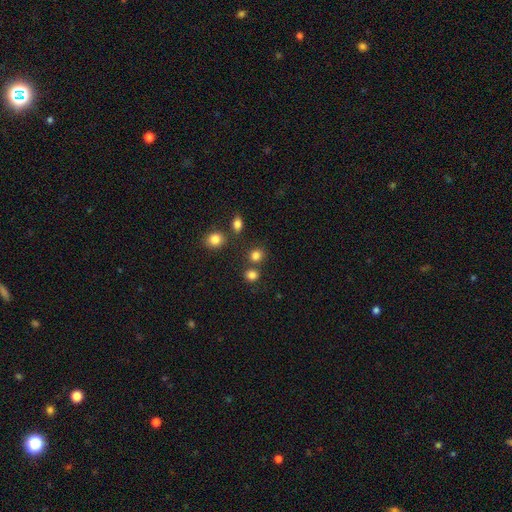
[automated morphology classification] A smooth galaxy with no disk features (81%) that is round (81%). Merging: none (72%).